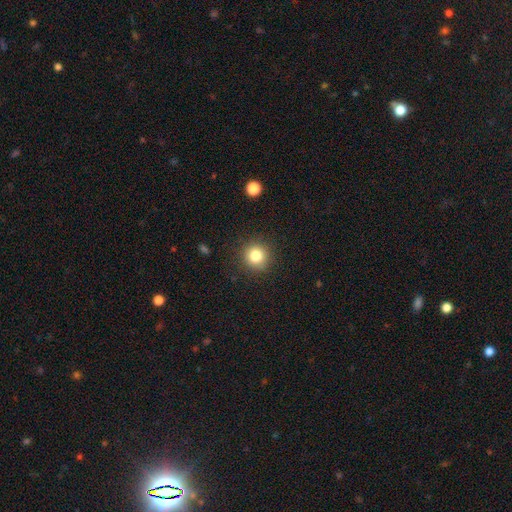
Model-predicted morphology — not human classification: smooth_or_featured: smooth (p=0.82) [alt: star or artifact p=0.11]
how_rounded: round (p=0.94) [alt: in between p=0.05]
merging: none (p=0.90) [alt: minor disturbance p=0.07]